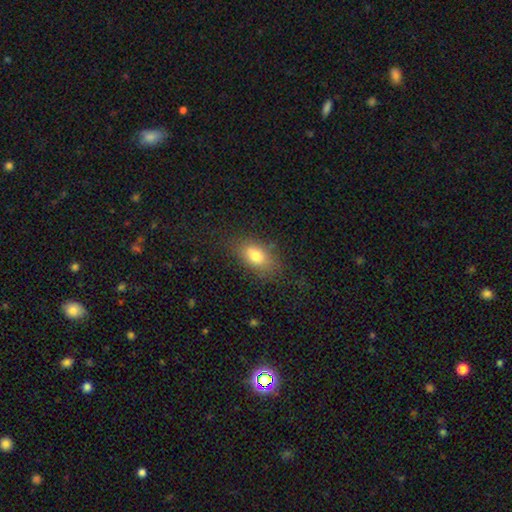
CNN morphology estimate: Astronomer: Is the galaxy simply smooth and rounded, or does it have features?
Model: smooth — 78%.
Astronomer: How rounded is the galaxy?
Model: in between — 86%.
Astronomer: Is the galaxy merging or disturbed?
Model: none — 74%.